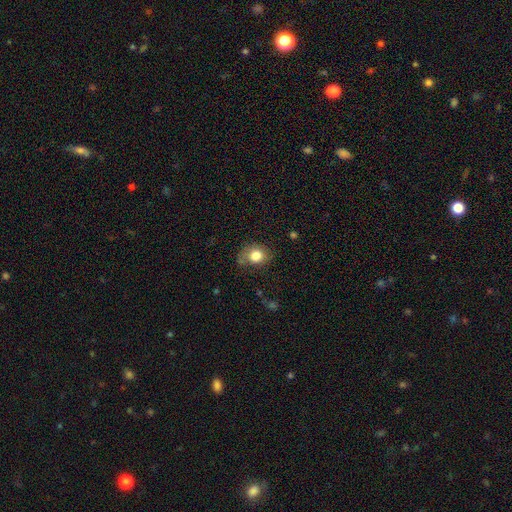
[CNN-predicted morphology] The model was most divided on "how rounded": round: 54%, in between: 45%, cigar-shaped: 1%. More confident: smooth or featured — smooth (80%); merging — none (59%).